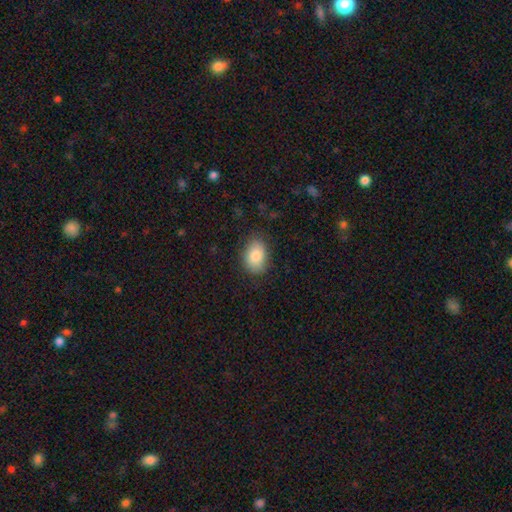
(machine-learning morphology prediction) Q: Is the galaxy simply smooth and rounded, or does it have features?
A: smooth — 85%.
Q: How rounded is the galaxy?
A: in between — 82%.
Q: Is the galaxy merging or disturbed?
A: none — 81%.